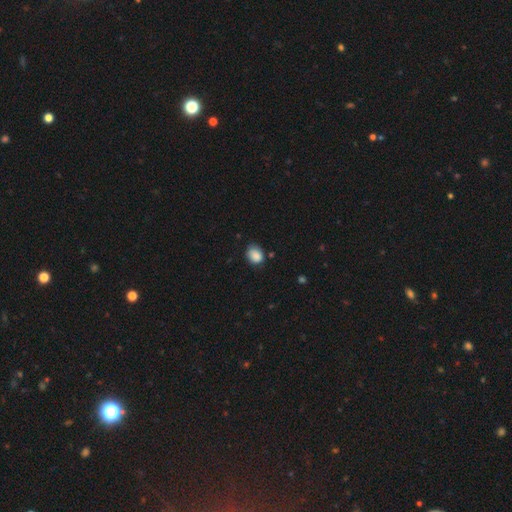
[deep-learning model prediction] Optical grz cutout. It shows a smooth galaxy with no disk features (86%) that is in between round and cigar-shaped (52%). Merging: none (65%).